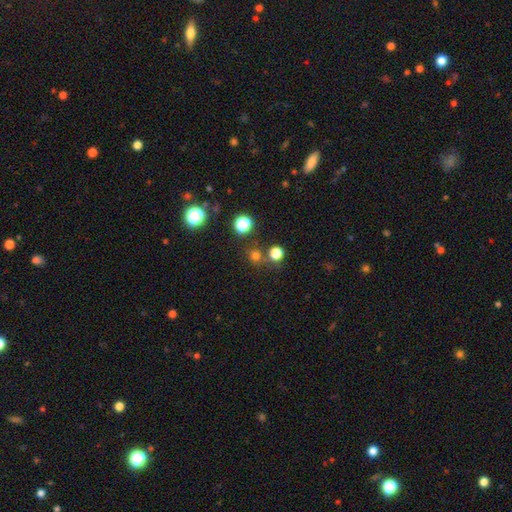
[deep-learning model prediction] The model was most divided on "smooth or featured": smooth: 69%, star or artifact: 25%, featured or disk: 6%. More confident: how rounded — round (90%); merging — none (74%).